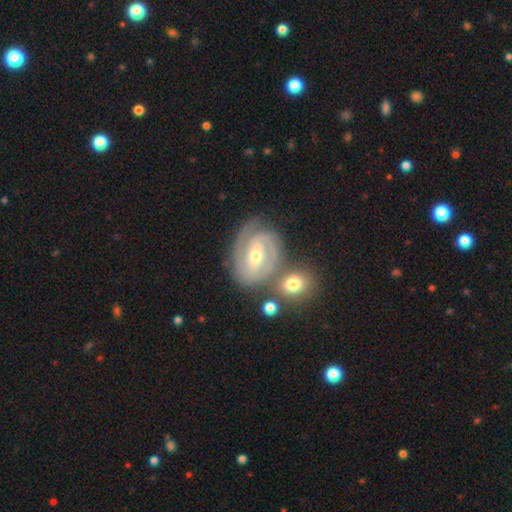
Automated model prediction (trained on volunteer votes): Overall: featured or disk (85%). Edge-on disk: no (96%). Bar: weak (46%; strong 30%). Spiral arms: yes (95%). Spiral arm count: 2 (58%). Spiral winding: tight (67%; medium 28%). Bulge size: moderate (54%; small 43%). Merging: none (62%).